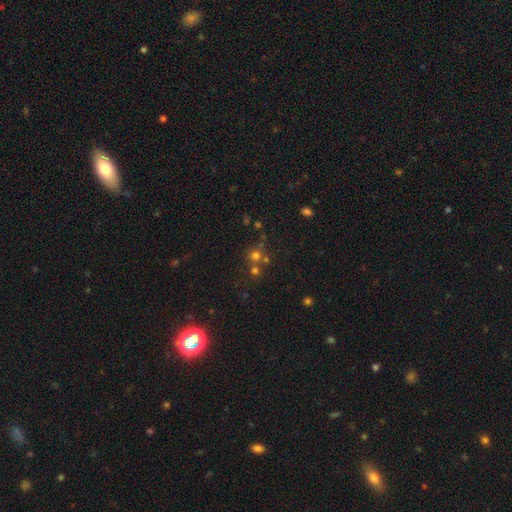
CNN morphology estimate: This is likely a smooth galaxy (61%). How rounded: clearly round (89%). Merging: possibly none (55%).